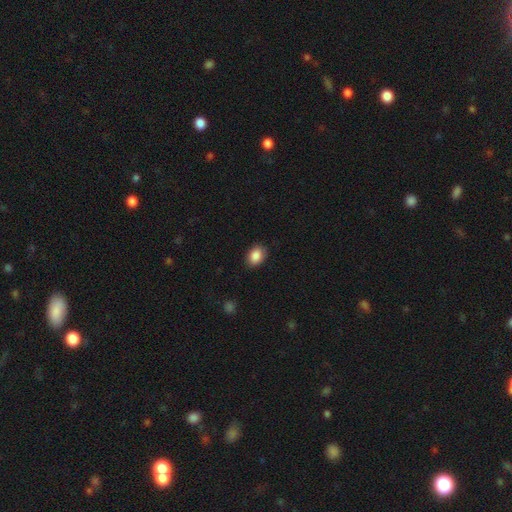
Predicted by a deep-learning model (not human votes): smooth-or-featured: smooth: 88% | star or artifact: 8% | featured or disk: 4%
  how-rounded: in between: 74% | round: 25% | cigar-shaped: 1%
  merging: none: 85% | minor disturbance: 12% | major disturbance: 2% | merger: 1%